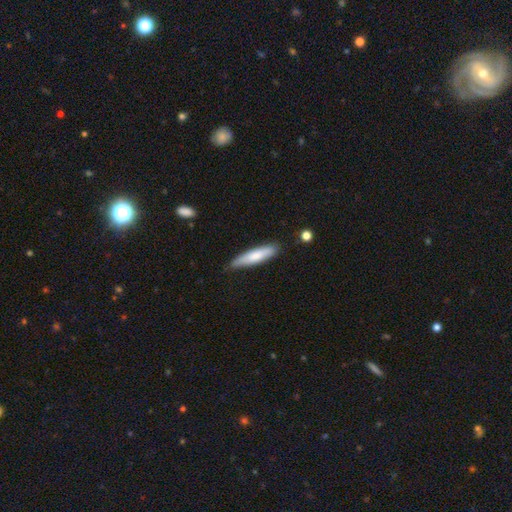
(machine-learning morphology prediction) type=smooth (74%); roundness=cigar-shaped (79%); merging=none (78%).